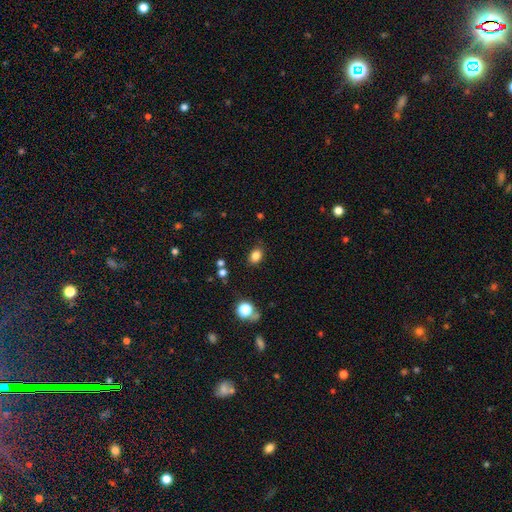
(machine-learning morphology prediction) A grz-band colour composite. It shows a smooth galaxy with no disk features (83%) that is in between round and cigar-shaped (66%). Merging: none (83%).